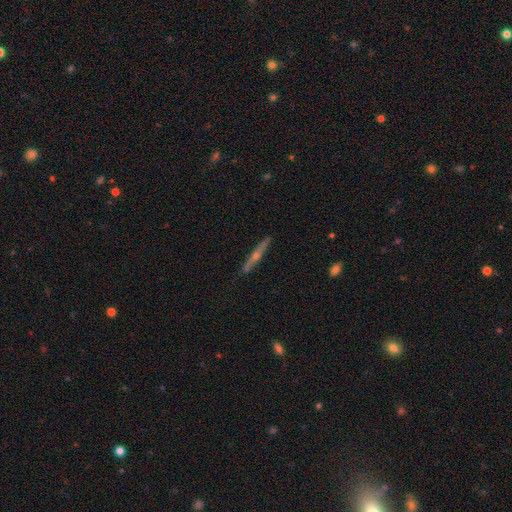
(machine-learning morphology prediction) Smooth or featured?
  - featured or disk: 73% *
  - smooth: 20%
  - star or artifact: 7%
Edge-on disk?
  - yes: 97% *
  - no: 3%
Edge-on bulge?
  - rounded: 86% *
  - none: 11%
  - boxy: 3%
Merging?
  - none: 89% *
  - minor disturbance: 9%
  - major disturbance: 2%
  - merger: 1%